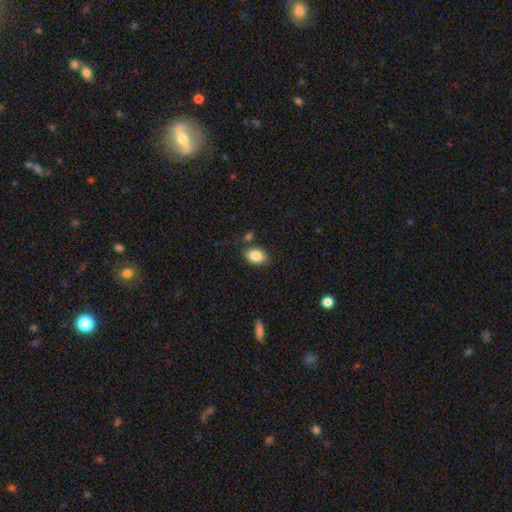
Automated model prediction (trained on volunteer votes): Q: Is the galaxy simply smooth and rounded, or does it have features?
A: smooth — 87%.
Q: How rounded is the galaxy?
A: in between — 80%.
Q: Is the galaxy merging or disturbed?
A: none — 77%.